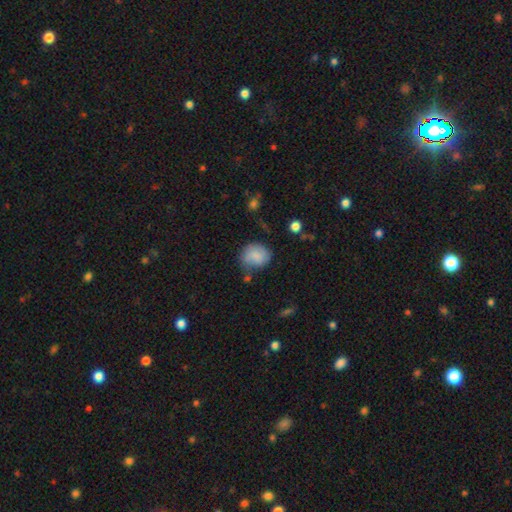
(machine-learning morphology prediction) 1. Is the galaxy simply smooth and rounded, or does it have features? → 76% smooth, 16% featured or disk, 8% star or artifact.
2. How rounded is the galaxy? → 69% round, 30% in between, 1% cigar-shaped.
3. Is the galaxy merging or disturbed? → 56% none, 28% minor disturbance, 10% major disturbance, 6% merger.